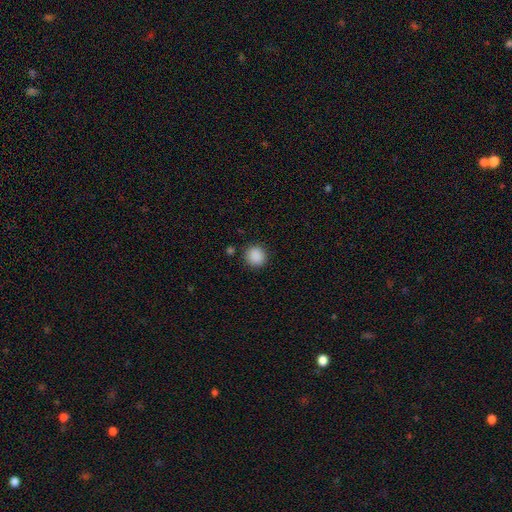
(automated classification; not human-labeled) This is clearly a smooth galaxy (89%). How rounded: clearly round (88%). Merging: clearly none (88%).